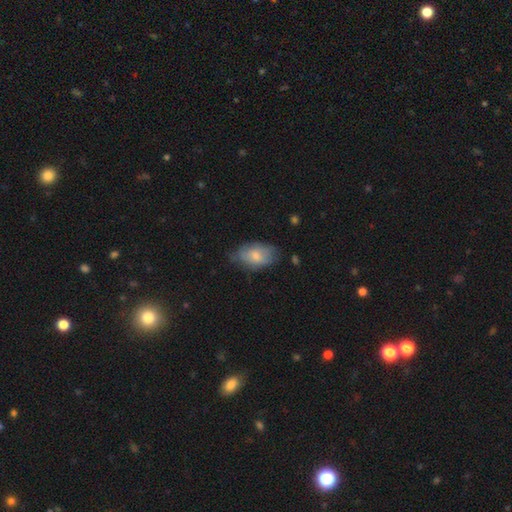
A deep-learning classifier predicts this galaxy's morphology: smooth 70%, featured or disk 23%, star or artifact 7%. Down the decision tree: how rounded — in between (92%); merging — none (58%).